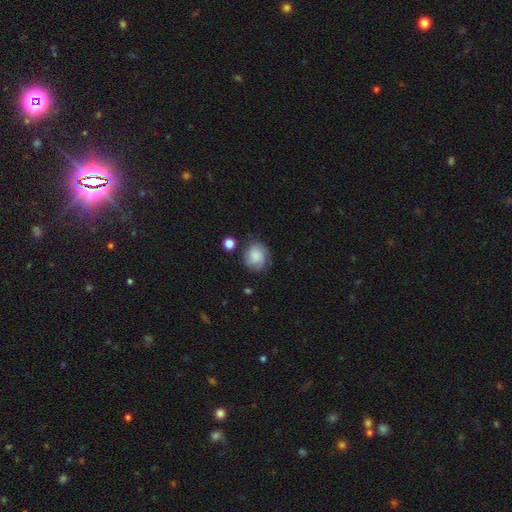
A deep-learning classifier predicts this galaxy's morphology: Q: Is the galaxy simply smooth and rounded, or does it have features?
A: smooth — 59%.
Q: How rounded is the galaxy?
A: round — 73%.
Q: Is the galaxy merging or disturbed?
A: none — 68%.